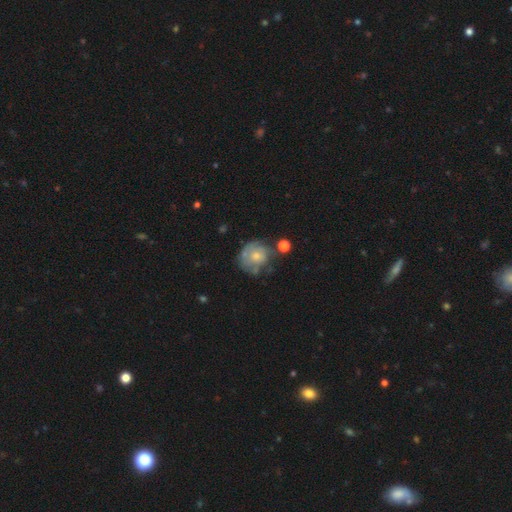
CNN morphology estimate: This appears to be a featured or disk galaxy (47%). Merging: none (50%).